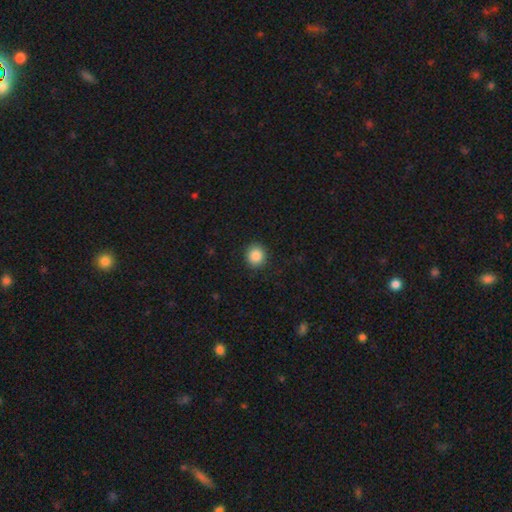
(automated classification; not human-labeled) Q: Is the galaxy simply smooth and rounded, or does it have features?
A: smooth — 87%.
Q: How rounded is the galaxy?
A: round — 87%.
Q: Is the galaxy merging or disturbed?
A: none — 91%.